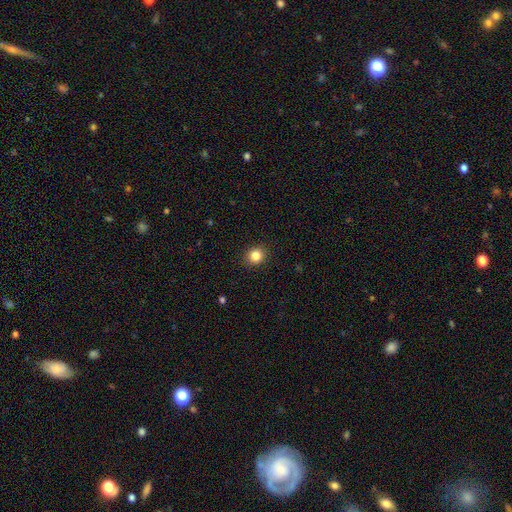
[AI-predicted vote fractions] Q: Smooth or featured?
A: smooth (84%); runner-up: star or artifact (11%)
Q: How rounded?
A: round (80%); runner-up: in between (19%)
Q: Merging?
A: none (91%); runner-up: minor disturbance (7%)